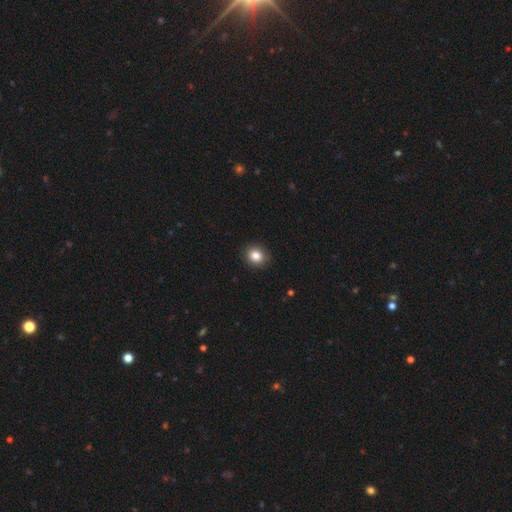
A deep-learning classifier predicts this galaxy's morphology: The model was most divided on "how rounded": round: 74%, in between: 25%, cigar-shaped: 1%. More confident: merging — none (89%); smooth or featured — smooth (84%).